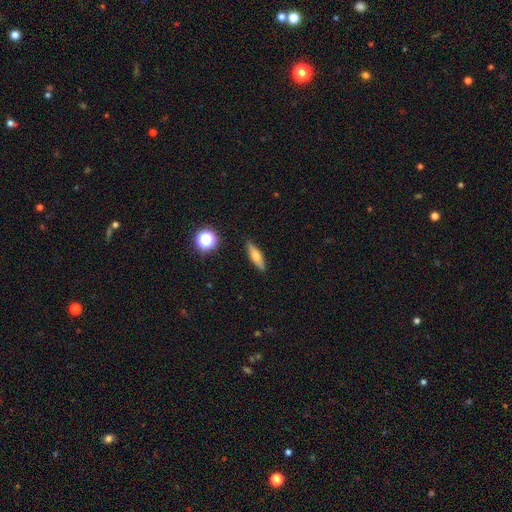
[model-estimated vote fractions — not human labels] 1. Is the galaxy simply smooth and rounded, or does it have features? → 58% smooth, 33% featured or disk, 9% star or artifact.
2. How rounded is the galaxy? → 59% cigar-shaped, 36% in between, 5% round.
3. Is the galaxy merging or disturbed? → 88% none, 9% minor disturbance, 2% major disturbance, 1% merger.